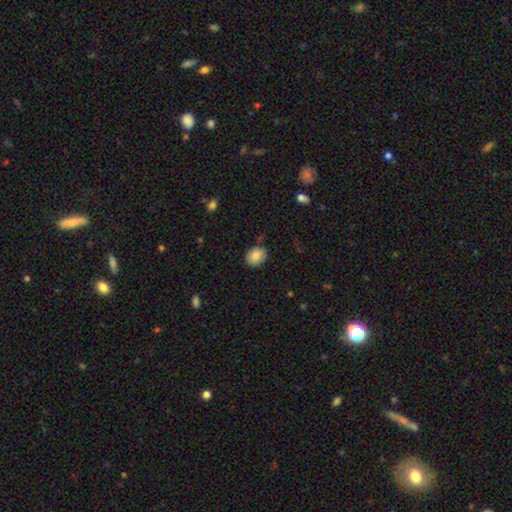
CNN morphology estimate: A smooth galaxy with no disk features (85%) that is round (59%). Merging: none (83%).